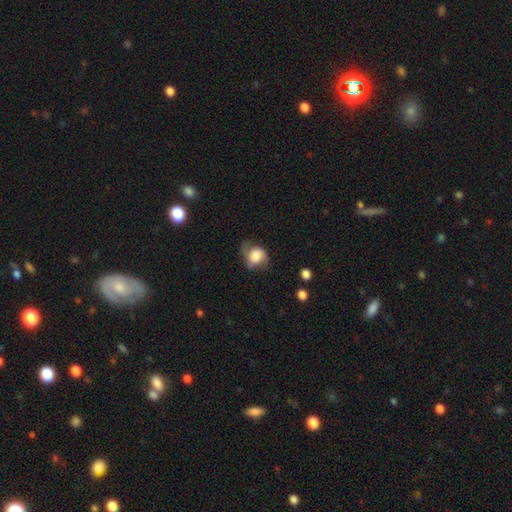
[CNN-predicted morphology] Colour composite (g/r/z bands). It shows a smooth galaxy with no disk features (64%) that is round (61%). Merging: none (42%).